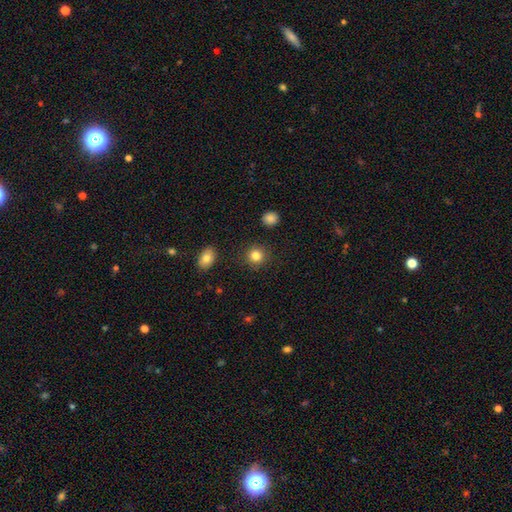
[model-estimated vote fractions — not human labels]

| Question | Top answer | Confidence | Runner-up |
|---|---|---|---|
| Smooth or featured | smooth | 84% | star or artifact (11%) |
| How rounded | round | 90% | in between (10%) |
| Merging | none | 89% | minor disturbance (6%) |